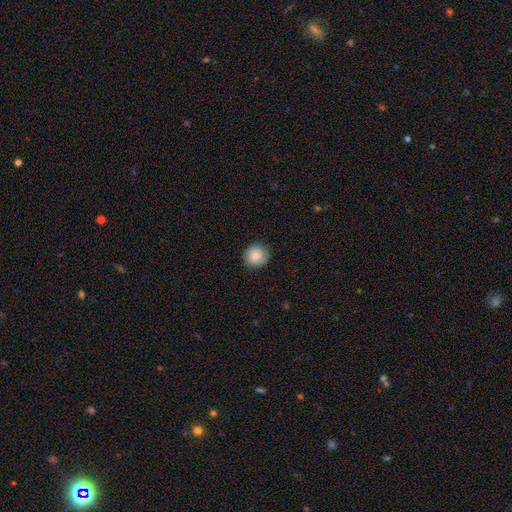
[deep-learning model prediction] A smooth galaxy with no disk features (87%) that is round (91%).

Vote fractions:
- Smooth or featured? smooth: 87% / star or artifact: 8% / featured or disk: 5%
- How rounded? round: 91% / in between: 8% / cigar-shaped: 1%
- Merging? none: 88% / minor disturbance: 9% / major disturbance: 2% / merger: 1%